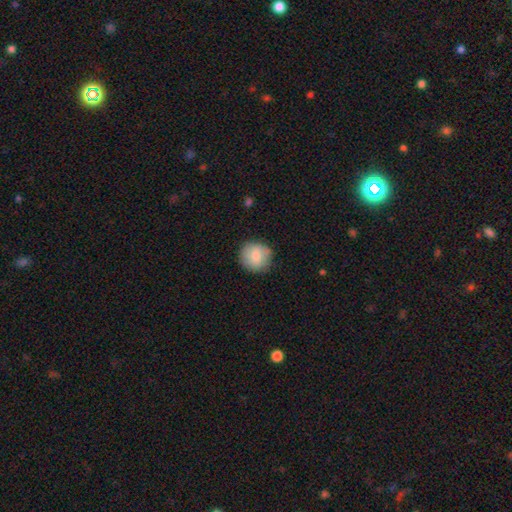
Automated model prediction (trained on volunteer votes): Q: Smooth or featured?
A: smooth (82%); runner-up: featured or disk (11%)
Q: How rounded?
A: round (90%); runner-up: in between (9%)
Q: Merging?
A: none (84%); runner-up: minor disturbance (12%)